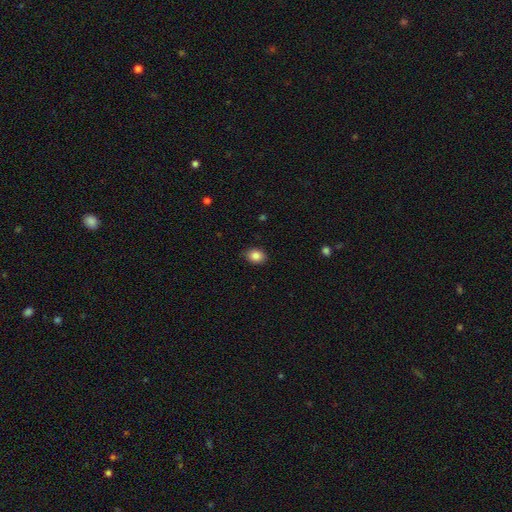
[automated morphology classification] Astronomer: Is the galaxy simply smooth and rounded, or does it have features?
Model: smooth — 86%.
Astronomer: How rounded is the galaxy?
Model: in between — 58% (runner-up: round, 41%).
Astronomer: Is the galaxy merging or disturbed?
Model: none — 85%.